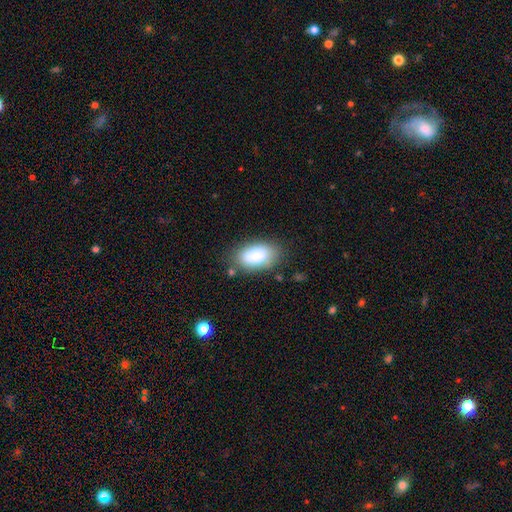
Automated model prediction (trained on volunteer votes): The model was most divided on "merging": none: 77%, minor disturbance: 15%, major disturbance: 5%, merger: 3%. More confident: how rounded — in between (93%); smooth or featured — smooth (87%).